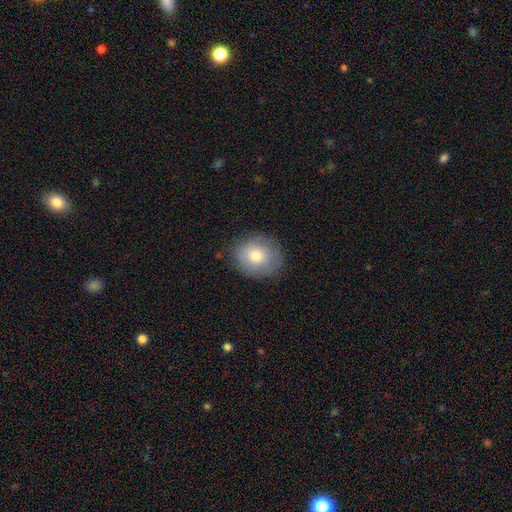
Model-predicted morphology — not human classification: smooth-or-featured: smooth: 75% | featured or disk: 17% | star or artifact: 8%
  how-rounded: round: 70% | in between: 29% | cigar-shaped: 1%
  merging: none: 81% | minor disturbance: 14% | major disturbance: 4% | merger: 1%